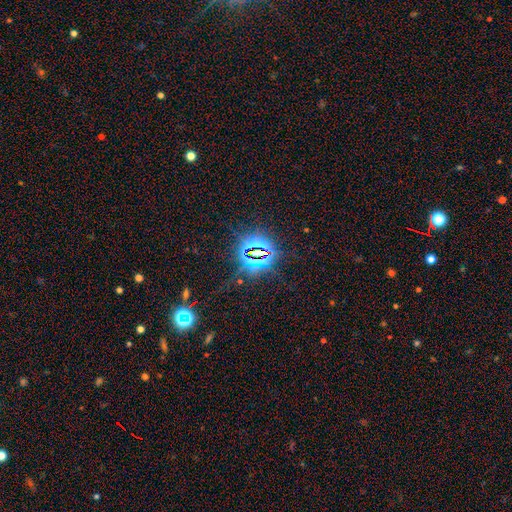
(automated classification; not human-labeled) A star or artifact, not a galaxy (83%).

Vote fractions:
- Smooth or featured? star or artifact: 83% / smooth: 9% / featured or disk: 8%